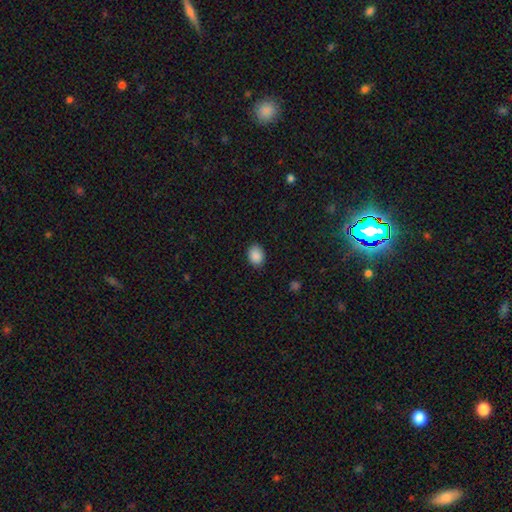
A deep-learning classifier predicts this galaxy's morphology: Smooth or featured? smooth (89%)
How rounded? in between (64%)
Merging? none (86%)